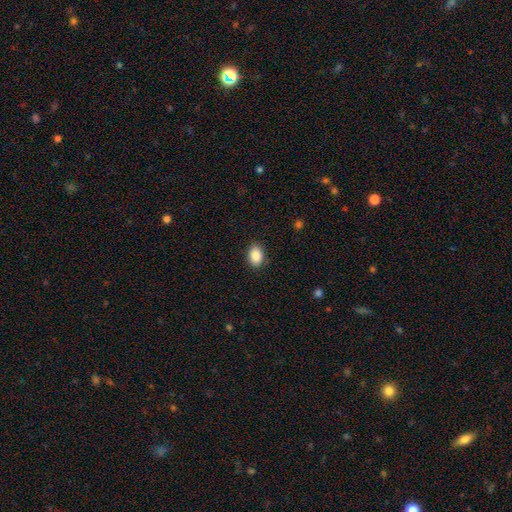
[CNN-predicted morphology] A smooth galaxy with no disk features (88%) that is in between round and cigar-shaped (80%). Merging: none (89%).